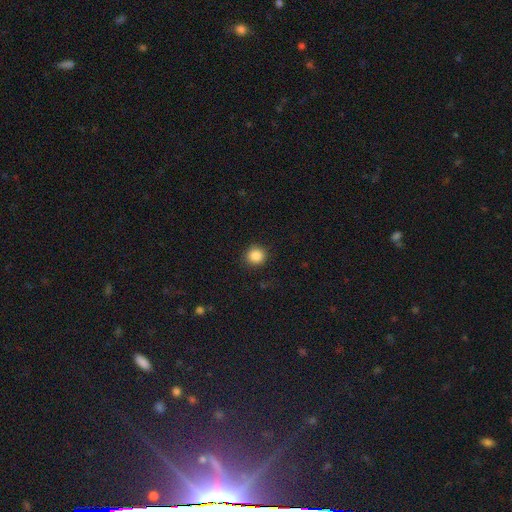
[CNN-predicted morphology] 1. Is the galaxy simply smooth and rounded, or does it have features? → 87% smooth, 10% star or artifact, 3% featured or disk.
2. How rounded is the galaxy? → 91% round, 8% in between, 1% cigar-shaped.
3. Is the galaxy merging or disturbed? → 90% none, 7% minor disturbance, 2% major disturbance, 1% merger.